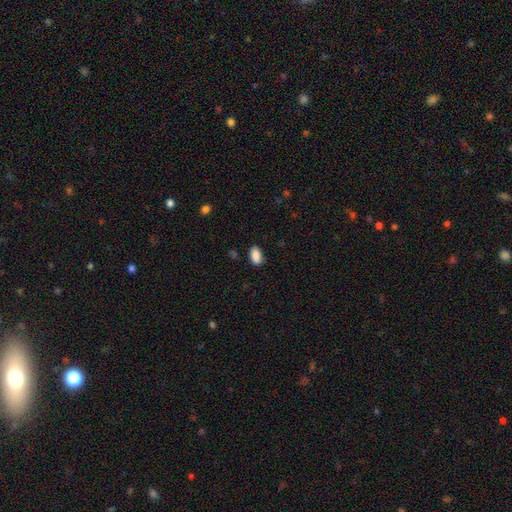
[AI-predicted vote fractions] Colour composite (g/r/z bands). It shows a smooth galaxy with no disk features (89%) that is in between round and cigar-shaped (93%). Merging: none (85%).